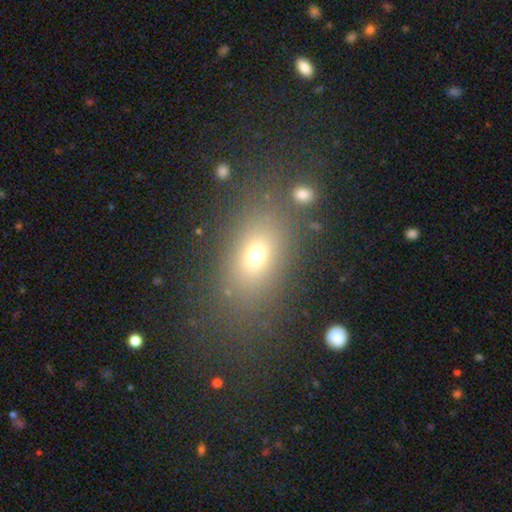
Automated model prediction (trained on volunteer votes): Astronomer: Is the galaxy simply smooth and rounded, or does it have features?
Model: smooth — 68%.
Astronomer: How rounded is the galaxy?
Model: in between — 71%.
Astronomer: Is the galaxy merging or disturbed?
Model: none — 75%.